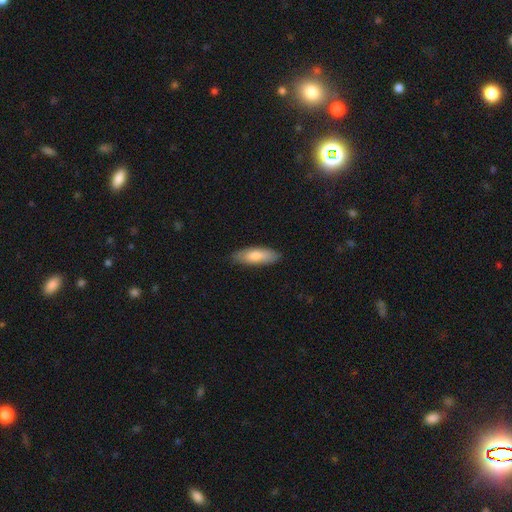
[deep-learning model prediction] The model was most divided on "how rounded": in between: 55%, cigar-shaped: 43%, round: 2%. More confident: merging — none (85%); smooth or featured — smooth (78%).